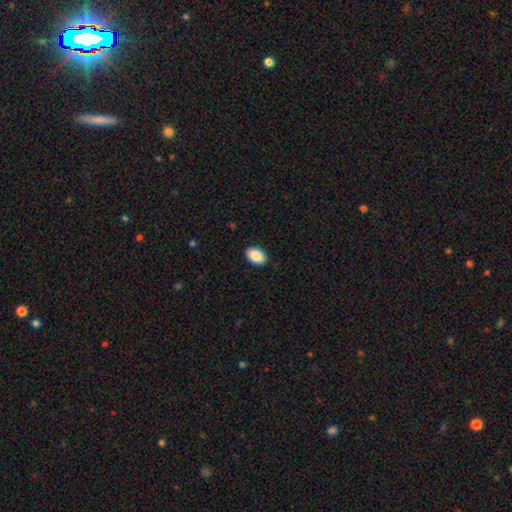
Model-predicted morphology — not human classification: The model was most divided on "how rounded": in between: 88%, round: 11%, cigar-shaped: 1%. More confident: merging — none (90%); smooth or featured — smooth (88%).